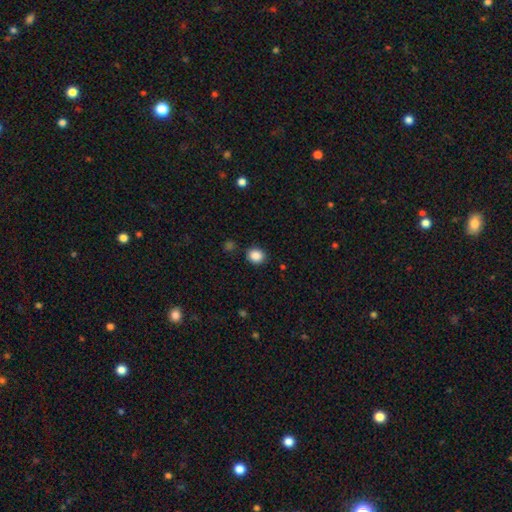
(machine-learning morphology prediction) This appears to be a smooth galaxy with no disk features (87%) that is round (74%). Merging: none (86%).